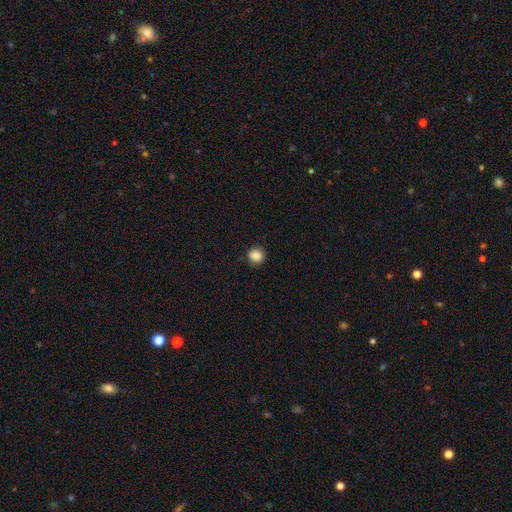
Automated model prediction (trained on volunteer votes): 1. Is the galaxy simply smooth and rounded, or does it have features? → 87% smooth, 10% star or artifact, 3% featured or disk.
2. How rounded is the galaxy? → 90% round, 9% in between, 1% cigar-shaped.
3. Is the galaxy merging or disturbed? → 90% none, 7% minor disturbance, 2% major disturbance, 1% merger.